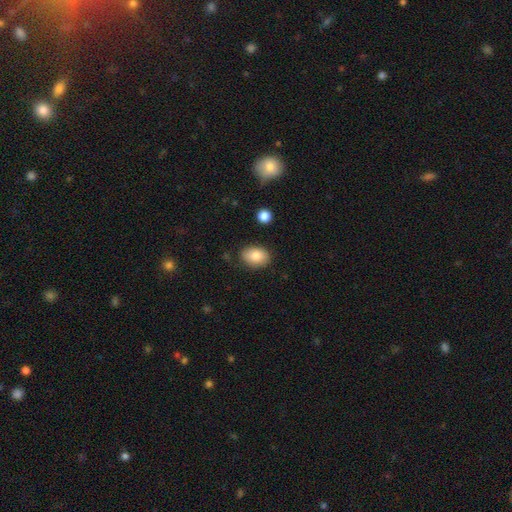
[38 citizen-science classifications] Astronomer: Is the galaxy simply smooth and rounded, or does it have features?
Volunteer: smooth — 92%.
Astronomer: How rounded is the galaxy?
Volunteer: in between — 80%.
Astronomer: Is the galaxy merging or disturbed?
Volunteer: none — 76%.